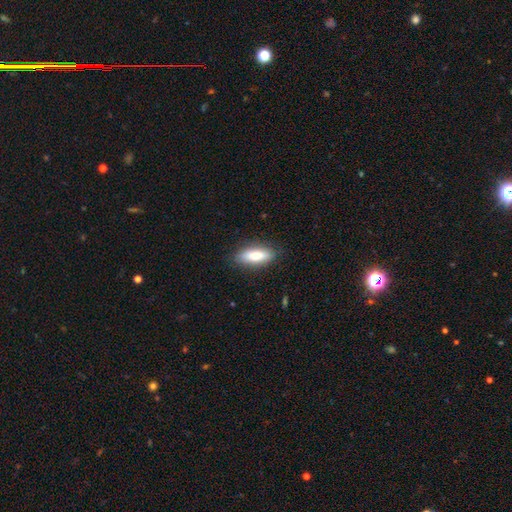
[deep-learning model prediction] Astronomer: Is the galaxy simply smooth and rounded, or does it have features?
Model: smooth — 76%.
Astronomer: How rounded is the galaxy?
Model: in between — 66%.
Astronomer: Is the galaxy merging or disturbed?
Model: none — 86%.